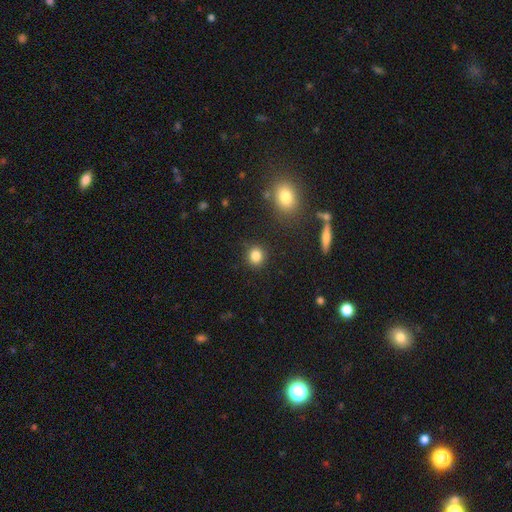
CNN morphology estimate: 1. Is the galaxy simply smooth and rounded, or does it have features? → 84% smooth, 11% star or artifact, 5% featured or disk.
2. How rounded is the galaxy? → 82% round, 17% in between, 1% cigar-shaped.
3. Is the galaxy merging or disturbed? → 89% none, 7% minor disturbance, 2% major disturbance, 2% merger.